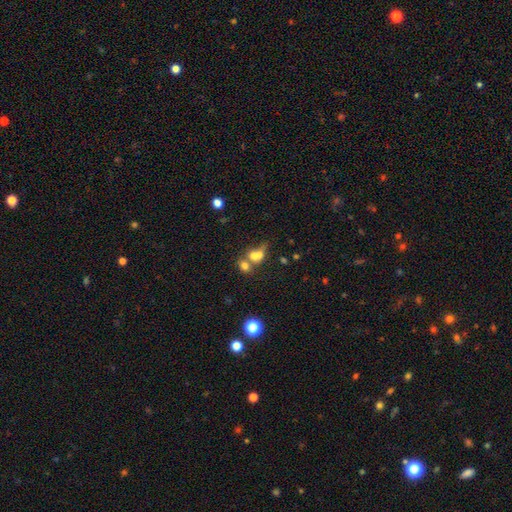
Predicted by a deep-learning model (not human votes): Morphology: type=smooth (67%); roundness=in between (49%); merging=merger (67%).